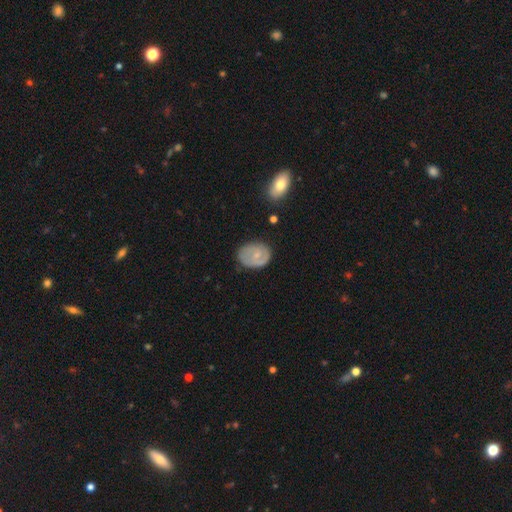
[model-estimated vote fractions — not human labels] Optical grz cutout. It shows a featured or disk galaxy (47%). Merging: none (69%).